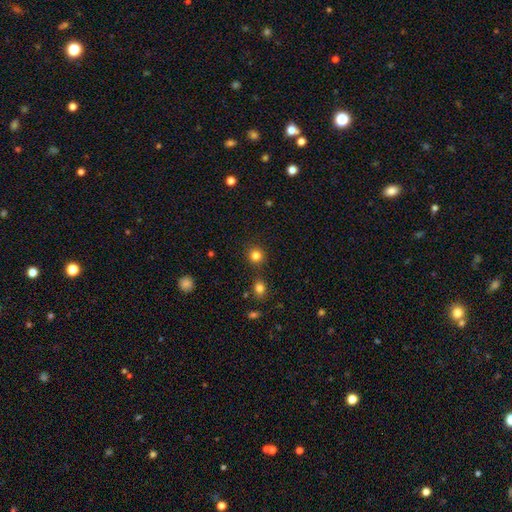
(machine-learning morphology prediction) smooth-or-featured: smooth: 82% | star or artifact: 13% | featured or disk: 5%
  how-rounded: round: 92% | in between: 7% | cigar-shaped: 1%
  merging: none: 84% | minor disturbance: 7% | merger: 6% | major disturbance: 2%